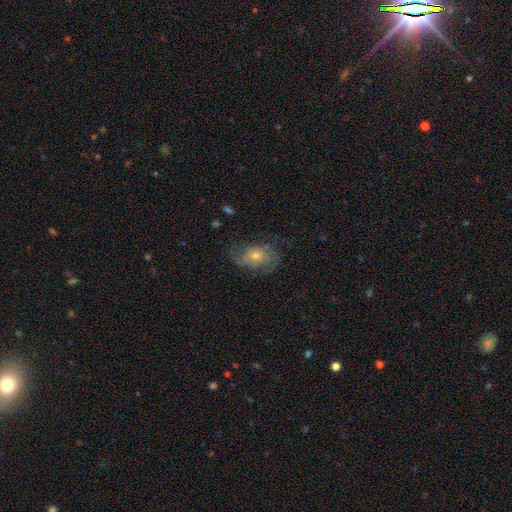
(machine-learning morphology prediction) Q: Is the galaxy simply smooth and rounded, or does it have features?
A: featured or disk — 60%.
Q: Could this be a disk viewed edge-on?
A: no — 96%.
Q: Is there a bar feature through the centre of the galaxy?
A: no — 76%.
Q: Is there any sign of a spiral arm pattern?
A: yes — 82%.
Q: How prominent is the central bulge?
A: small — 48%.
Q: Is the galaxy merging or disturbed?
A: none — 56%.